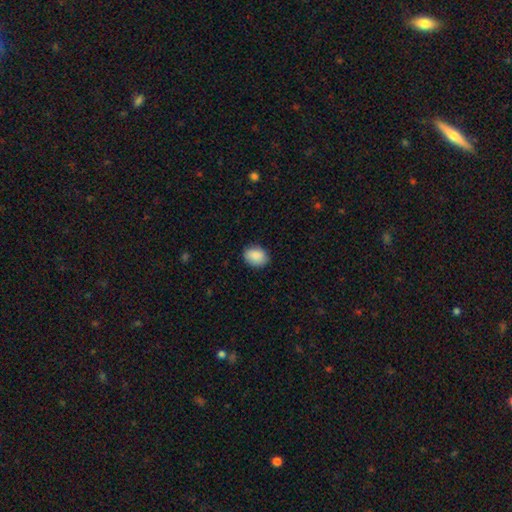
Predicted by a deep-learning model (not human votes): Morphology: type=smooth (89%); roundness=in between (68%); merging=none (84%).